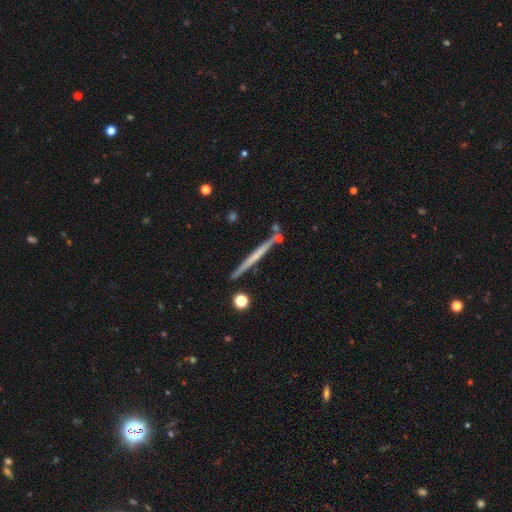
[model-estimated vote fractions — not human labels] Smooth or featured? featured or disk (56%)
Edge-on disk? yes (97%)
Edge-on bulge? none (82%)
Merging? none (86%)